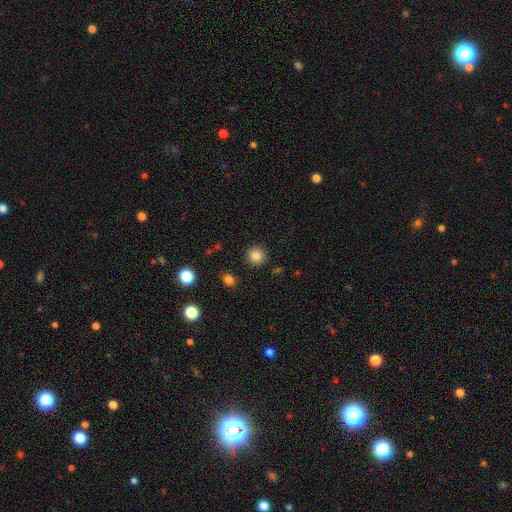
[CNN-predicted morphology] smooth_or_featured: smooth (p=0.85) [alt: star or artifact p=0.11]
how_rounded: round (p=0.94) [alt: in between p=0.06]
merging: none (p=0.90) [alt: minor disturbance p=0.06]